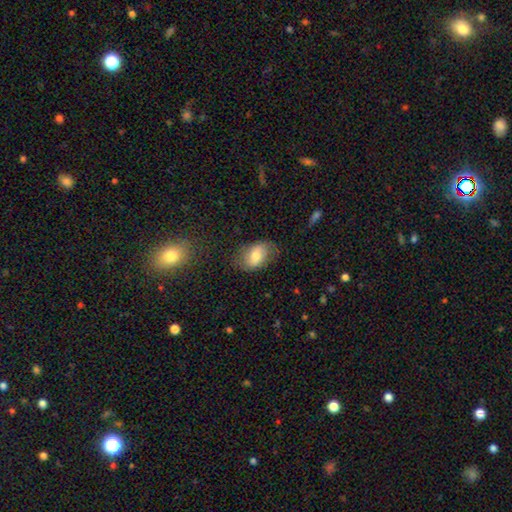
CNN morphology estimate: This appears to be a smooth galaxy with no disk features (65%) that is in between round and cigar-shaped (87%). Merging: none (71%).